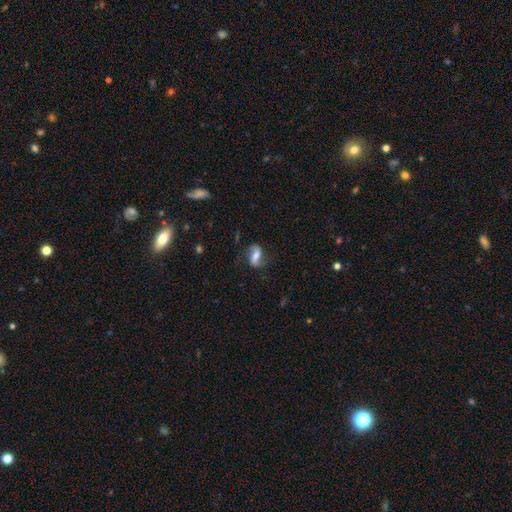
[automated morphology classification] smooth-or-featured: featured or disk: 57% | smooth: 35% | star or artifact: 8%
  disk-edge-on: no: 94% | yes: 6%
    bar: strong: 40% | weak: 34% | no: 26%
    has-spiral-arms: yes: 89% | no: 11%
    bulge-size: moderate: 47% | small: 25% | large: 18% | none: 7% | dominant: 3%
  merging: none: 71% | minor disturbance: 18% | major disturbance: 10% | merger: 2%